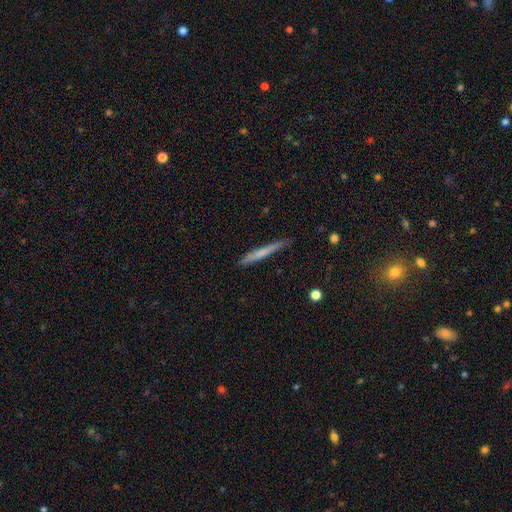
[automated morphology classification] type=smooth (54%); roundness=cigar-shaped (96%); merging=none (87%).